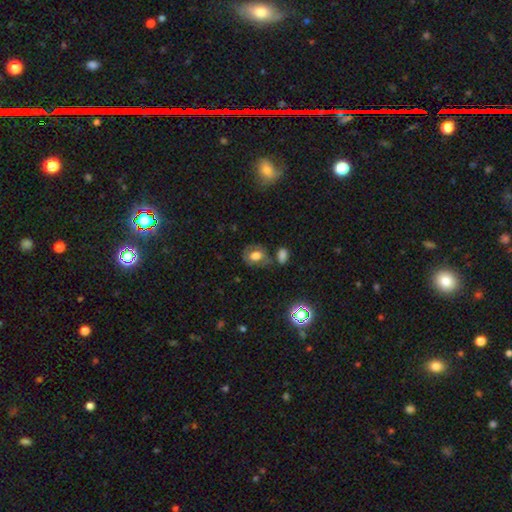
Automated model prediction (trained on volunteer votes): This is possibly a smooth galaxy (59%). How rounded: likely in between (63%). Merging: likely none (61%).